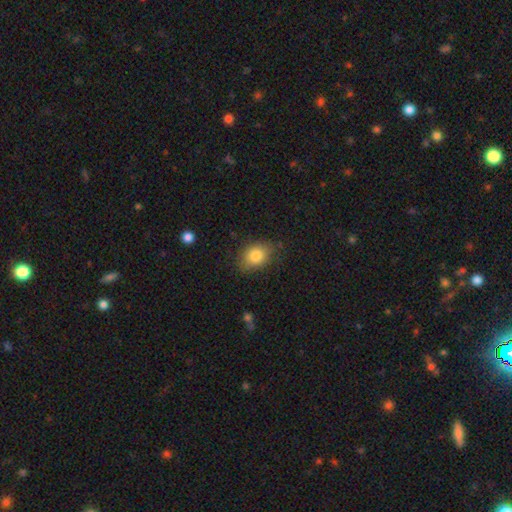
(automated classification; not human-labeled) Morphology: type=smooth (83%); roundness=in between (71%); merging=none (76%).